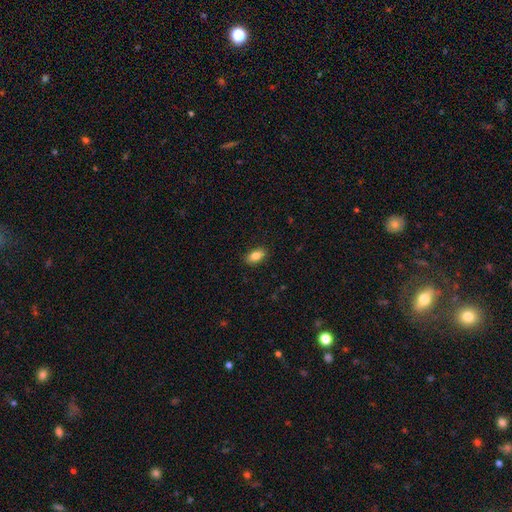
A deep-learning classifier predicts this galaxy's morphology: Smooth or featured? smooth (85%)
How rounded? in between (91%)
Merging? none (89%)